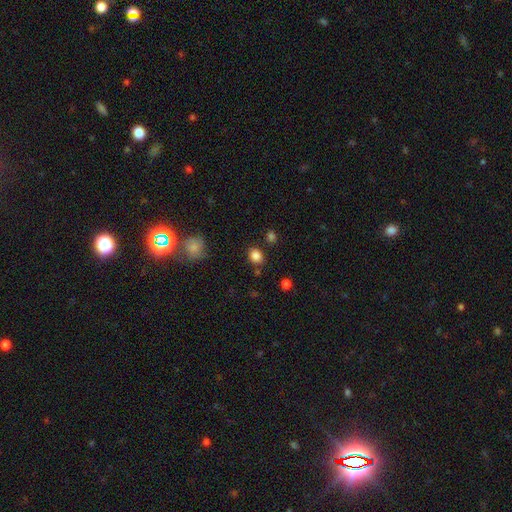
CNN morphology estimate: A smooth galaxy with no disk features (84%) that is round (58%).

Vote fractions:
- Smooth or featured? smooth: 84% / star or artifact: 11% / featured or disk: 5%
- How rounded? round: 58% / in between: 41% / cigar-shaped: 1%
- Merging? none: 82% / minor disturbance: 10% / merger: 4% / major disturbance: 3%